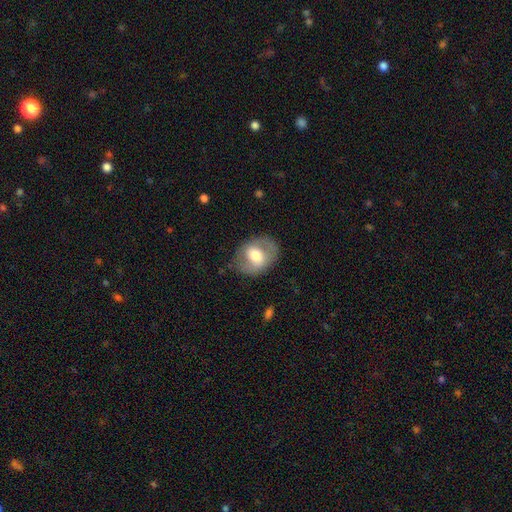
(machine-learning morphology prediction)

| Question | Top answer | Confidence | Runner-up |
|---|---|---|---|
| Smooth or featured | featured or disk | 47% | tied: smooth (47%) |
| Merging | none | 76% | minor disturbance (16%) |